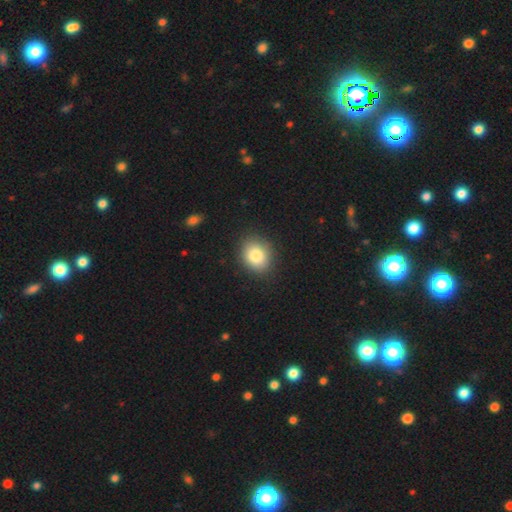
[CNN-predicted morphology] type=smooth (83%); roundness=round (50%); merging=none (87%).